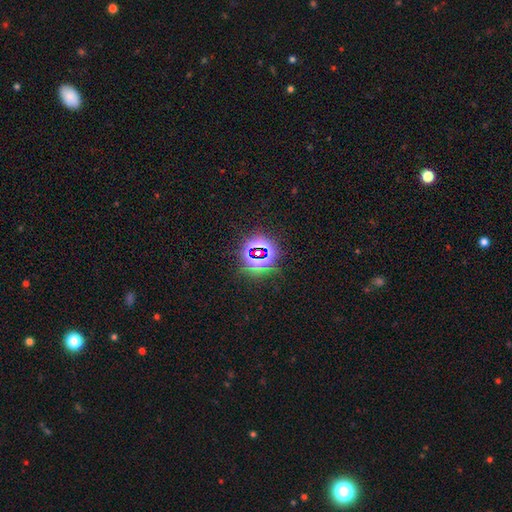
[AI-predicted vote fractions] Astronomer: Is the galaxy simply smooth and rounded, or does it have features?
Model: star or artifact — 77%.